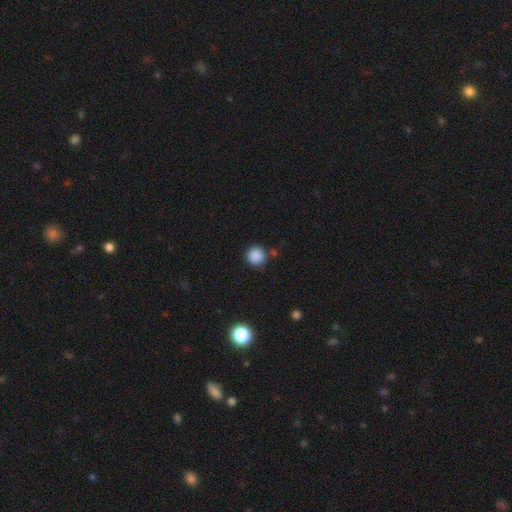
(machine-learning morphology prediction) Smooth or featured?
  - smooth: 87% *
  - star or artifact: 10%
  - featured or disk: 3%
How rounded?
  - round: 94% *
  - in between: 5%
  - cigar-shaped: 1%
Merging?
  - none: 83% *
  - minor disturbance: 9%
  - merger: 4%
  - major disturbance: 3%